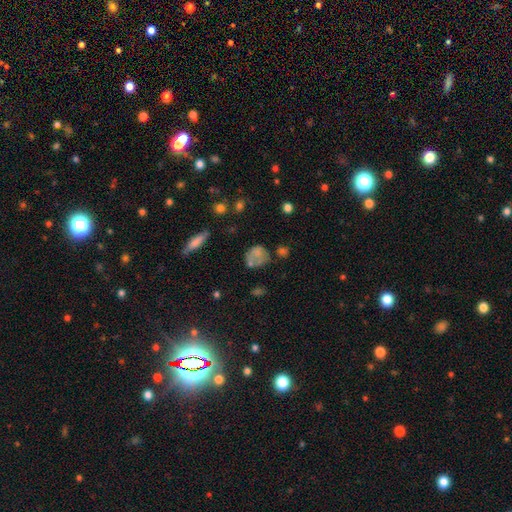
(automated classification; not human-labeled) smooth-or-featured: smooth: 63% | featured or disk: 25% | star or artifact: 12%
  how-rounded: round: 57% | in between: 42% | cigar-shaped: 2%
  merging: none: 41% | minor disturbance: 23% | major disturbance: 18% | merger: 17%